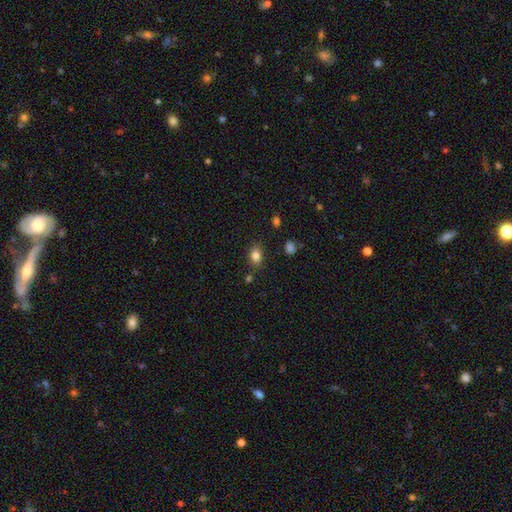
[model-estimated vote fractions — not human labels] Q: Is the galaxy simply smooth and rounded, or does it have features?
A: smooth — 83%.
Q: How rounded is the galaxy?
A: in between — 68%.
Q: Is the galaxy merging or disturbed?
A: none — 80%.